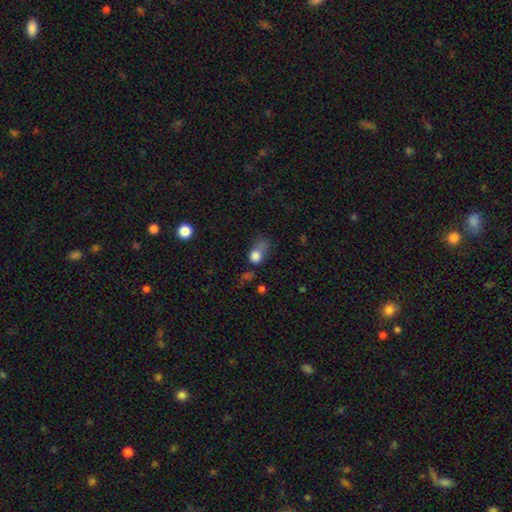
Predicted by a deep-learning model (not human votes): smooth-or-featured: smooth: 76% | star or artifact: 14% | featured or disk: 11%
  how-rounded: round: 52% | in between: 46% | cigar-shaped: 2%
  merging: major disturbance: 31% | none: 28% | minor disturbance: 23% | merger: 18%